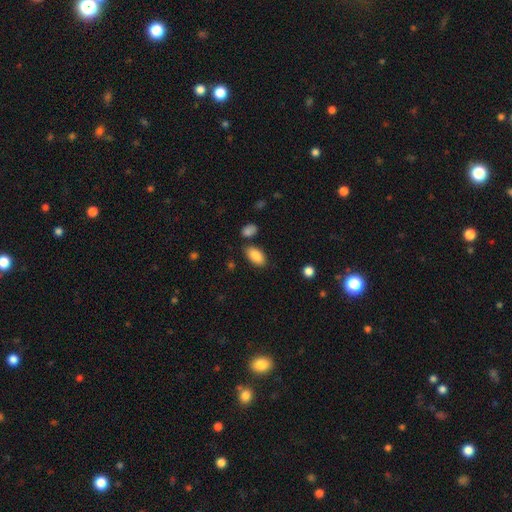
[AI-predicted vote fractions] This appears to be a smooth galaxy with no disk features (88%) that is in between round and cigar-shaped (94%). Merging: none (79%).